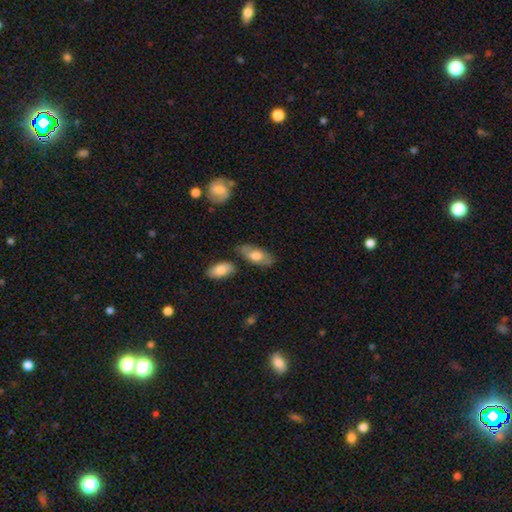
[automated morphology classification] The model was most divided on "smooth or featured": smooth: 67%, featured or disk: 27%, star or artifact: 6%. More confident: how rounded — in between (86%); merging — none (73%).